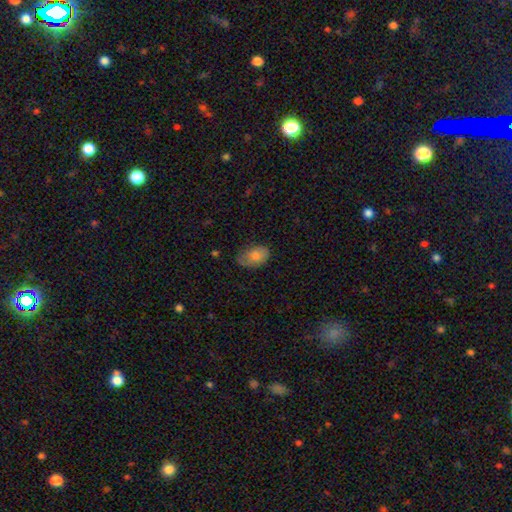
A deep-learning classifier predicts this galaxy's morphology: Smooth or featured? Predicted: smooth (p=0.73). How rounded? Predicted: in between (p=0.86). Merging? Predicted: none (p=0.66).